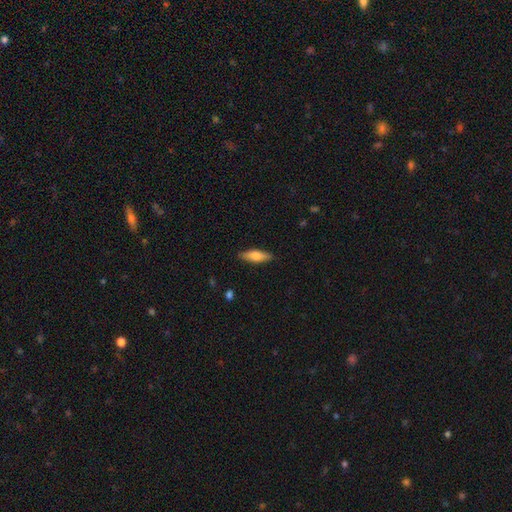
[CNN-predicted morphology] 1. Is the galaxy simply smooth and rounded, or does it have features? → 67% smooth, 27% featured or disk, 6% star or artifact.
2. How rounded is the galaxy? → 51% cigar-shaped, 47% in between, 2% round.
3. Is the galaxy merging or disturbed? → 87% none, 10% minor disturbance, 2% major disturbance, 1% merger.